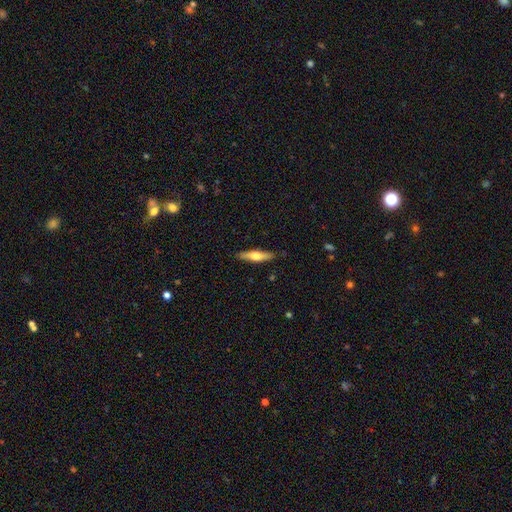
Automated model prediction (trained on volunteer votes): Smooth or featured? smooth (52%)
How rounded? cigar-shaped (78%)
Merging? none (86%)